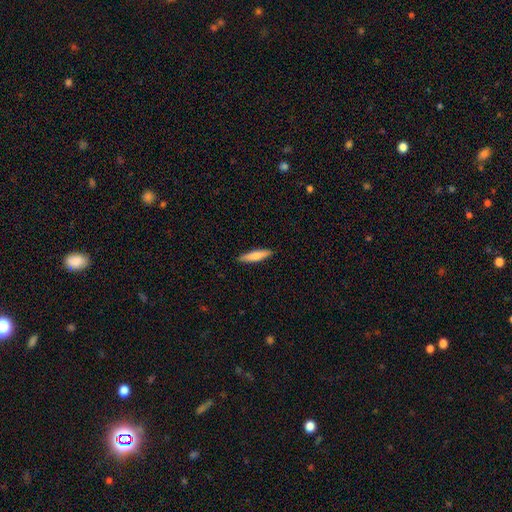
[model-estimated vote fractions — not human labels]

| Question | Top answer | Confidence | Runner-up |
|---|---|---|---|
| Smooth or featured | smooth | 77% | featured or disk (18%) |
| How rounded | cigar-shaped | 81% | in between (18%) |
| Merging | none | 90% | minor disturbance (8%) |